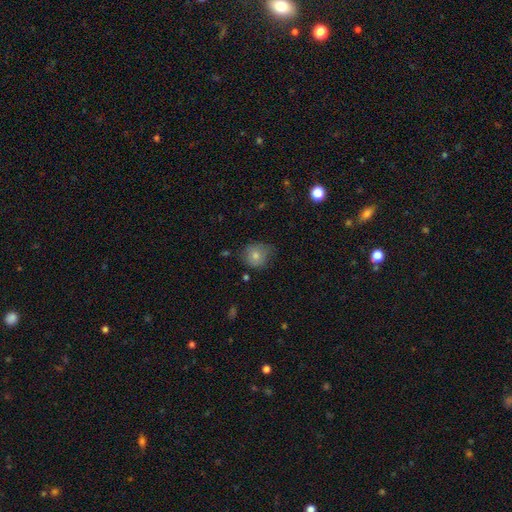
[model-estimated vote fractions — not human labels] smooth-or-featured: smooth: 77% | featured or disk: 13% | star or artifact: 10%
  how-rounded: round: 82% | in between: 17% | cigar-shaped: 1%
  merging: none: 60% | minor disturbance: 30% | major disturbance: 8% | merger: 2%